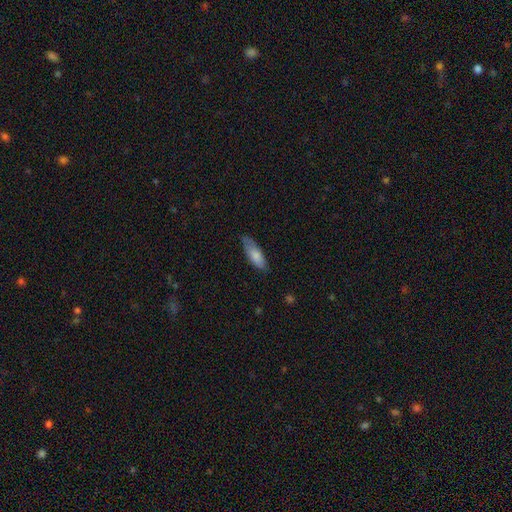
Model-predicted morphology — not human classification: smooth-or-featured: smooth: 79% | featured or disk: 16% | star or artifact: 6%
  how-rounded: in between: 62% | cigar-shaped: 36% | round: 2%
  merging: none: 68% | minor disturbance: 26% | major disturbance: 5% | merger: 1%